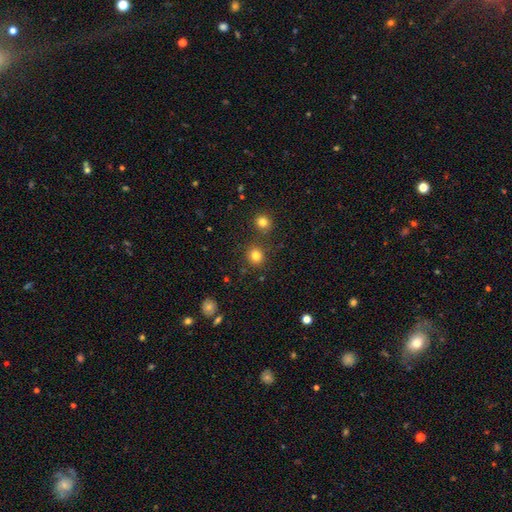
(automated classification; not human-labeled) Smooth or featured: smooth — 81% (star or artifact — 14%)
How rounded: round — 88% (in between — 11%)
Merging: none — 83% (minor disturbance — 8%)